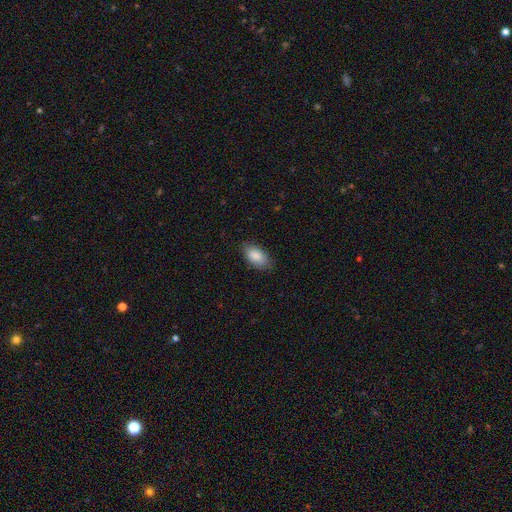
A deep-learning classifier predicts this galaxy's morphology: Smooth or featured: smooth — 87% (featured or disk — 7%)
How rounded: in between — 94% (round — 3%)
Merging: none — 80% (minor disturbance — 16%)